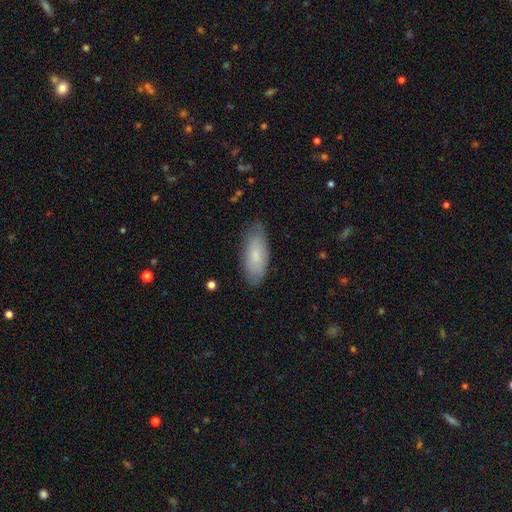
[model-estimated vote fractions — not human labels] smooth_or_featured: smooth (p=0.75) [alt: featured or disk p=0.19]
how_rounded: in between (p=0.82) [alt: cigar-shaped p=0.16]
merging: none (p=0.79) [alt: minor disturbance p=0.17]